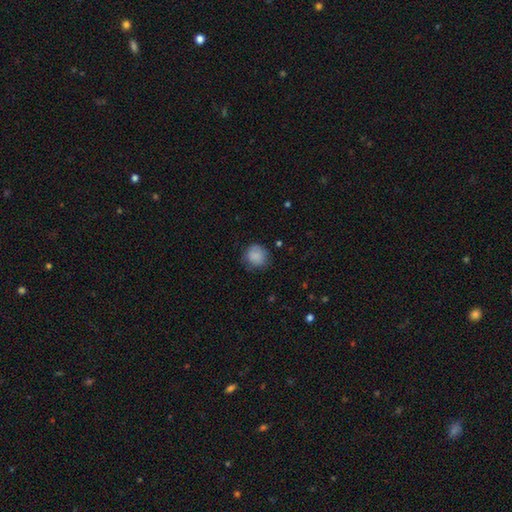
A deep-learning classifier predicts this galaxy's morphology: smooth_or_featured: smooth (p=0.86) [alt: star or artifact p=0.08]
how_rounded: round (p=0.83) [alt: in between p=0.16]
merging: none (p=0.71) [alt: minor disturbance p=0.22]